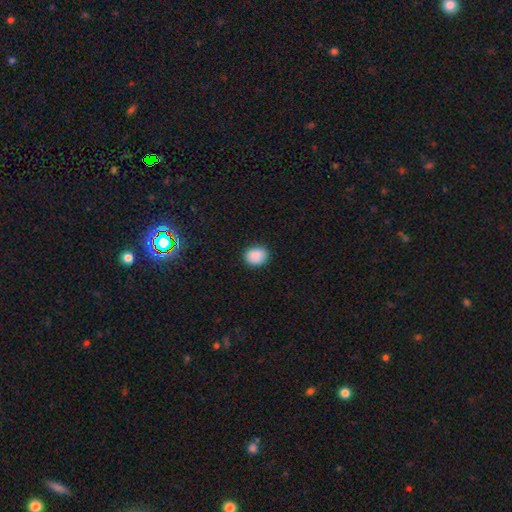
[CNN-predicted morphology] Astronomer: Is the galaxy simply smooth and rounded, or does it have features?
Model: smooth — 89%.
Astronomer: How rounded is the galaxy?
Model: round — 58% (runner-up: in between, 41%).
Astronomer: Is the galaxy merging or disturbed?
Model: none — 88%.